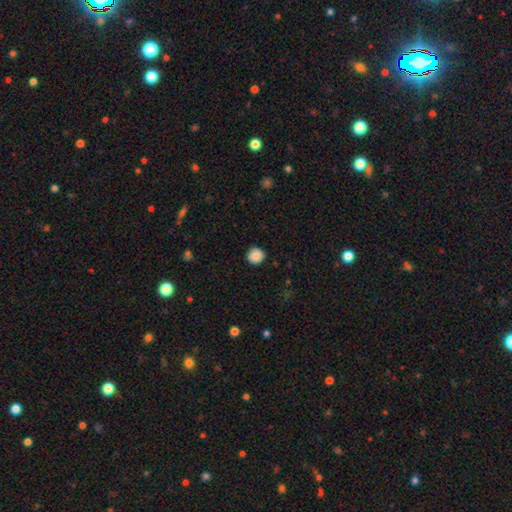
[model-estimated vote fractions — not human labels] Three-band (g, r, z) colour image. It shows a smooth galaxy with no disk features (89%) that is round (93%). Merging: none (90%).